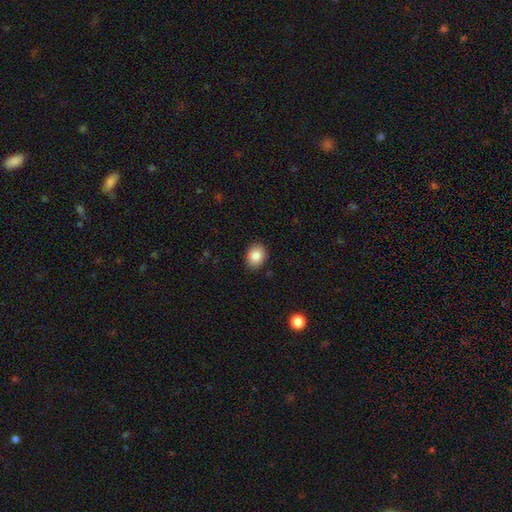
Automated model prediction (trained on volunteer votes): smooth_or_featured: smooth (p=0.86) [alt: star or artifact p=0.08]
how_rounded: in between (p=0.56) [alt: round p=0.43]
merging: none (p=0.88) [alt: minor disturbance p=0.09]